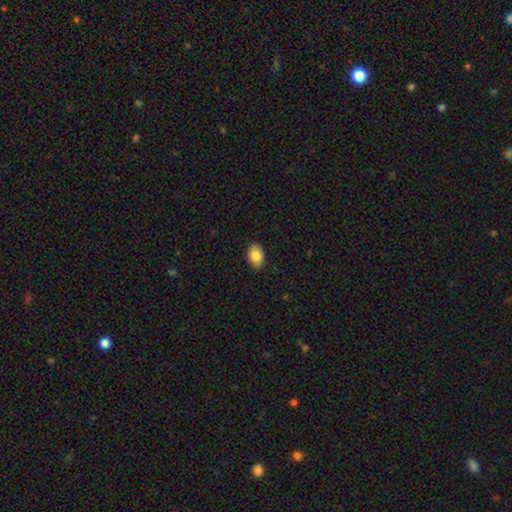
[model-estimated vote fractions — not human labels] Smooth or featured? smooth (86%)
How rounded? in between (87%)
Merging? none (87%)